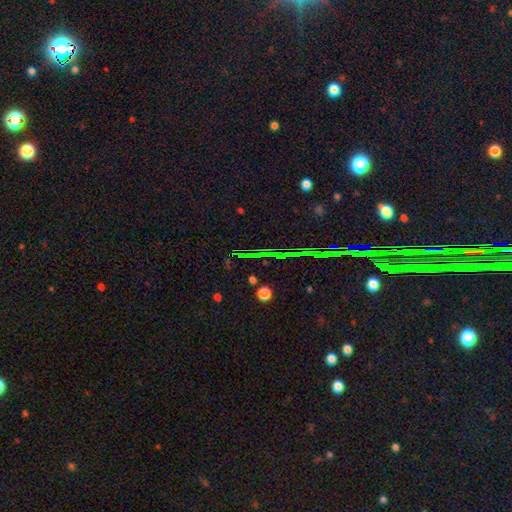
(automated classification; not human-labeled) Smooth or featured? star or artifact (82%)